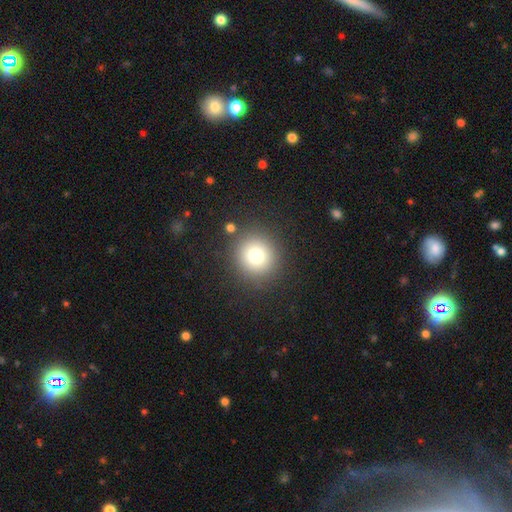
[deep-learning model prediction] A smooth galaxy with no disk features (75%) that is round (93%). Merging: none (87%).